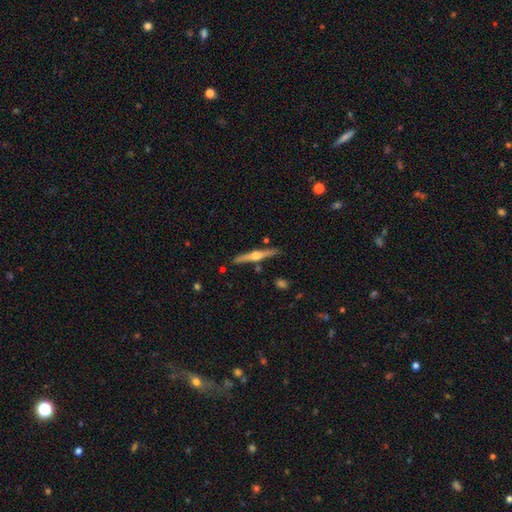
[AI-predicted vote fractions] This is likely a featured or disk galaxy (71%). It is clearly viewed edge-on (97%). Edge-on bulge: clearly rounded (94%). Merging: clearly none (87%).